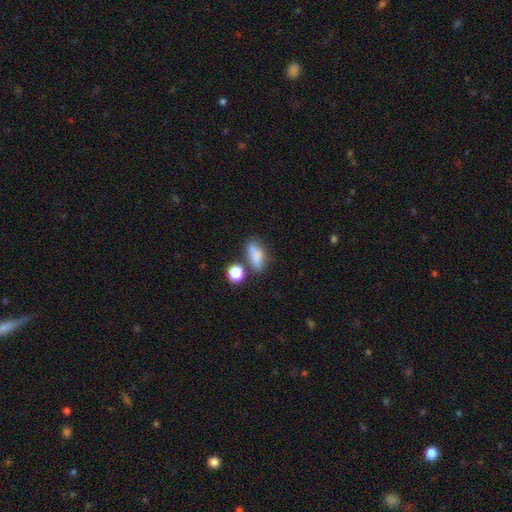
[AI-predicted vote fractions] This is likely a smooth galaxy (78%). How rounded: likely in between (76%). Merging: possibly none (54%).